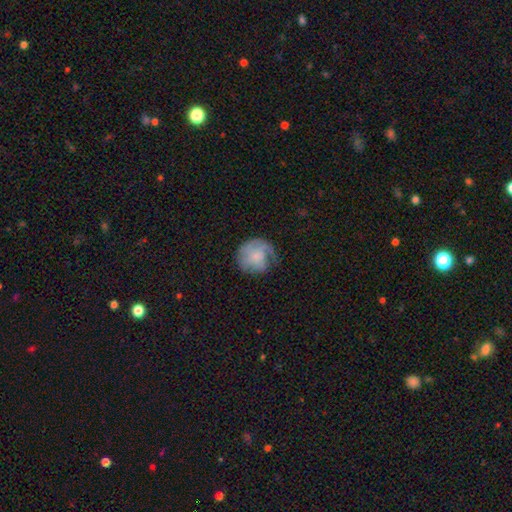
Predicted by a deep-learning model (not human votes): Overall: smooth (57%; featured or disk 35%). How rounded: round (84%). Merging: none (49%; minor disturbance 27%).